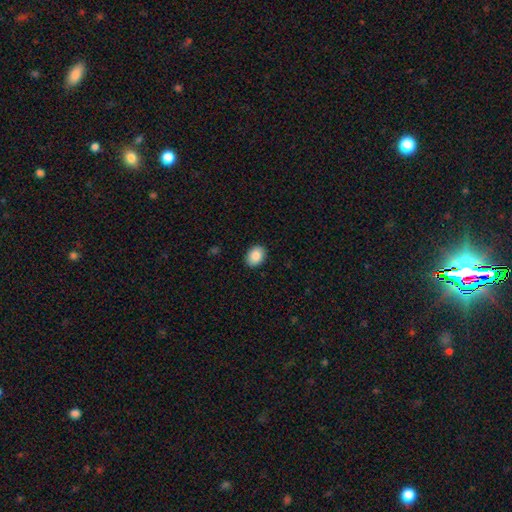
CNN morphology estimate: The model was most divided on "how rounded": in between: 70%, round: 29%, cigar-shaped: 1%. More confident: merging — none (89%); smooth or featured — smooth (89%).